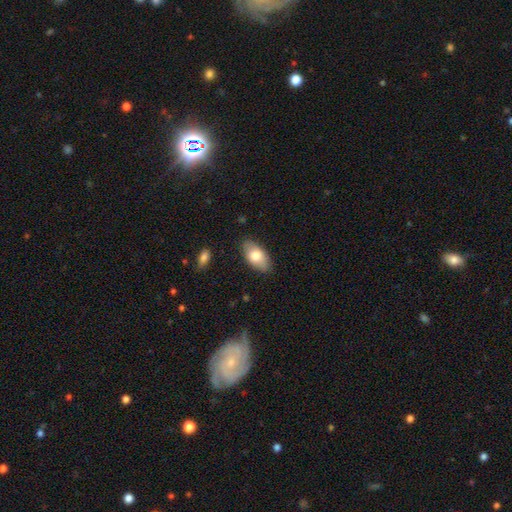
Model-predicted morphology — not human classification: smooth 79%, featured or disk 15%, star or artifact 6%. Down the decision tree: how rounded — in between (94%); merging — none (85%).